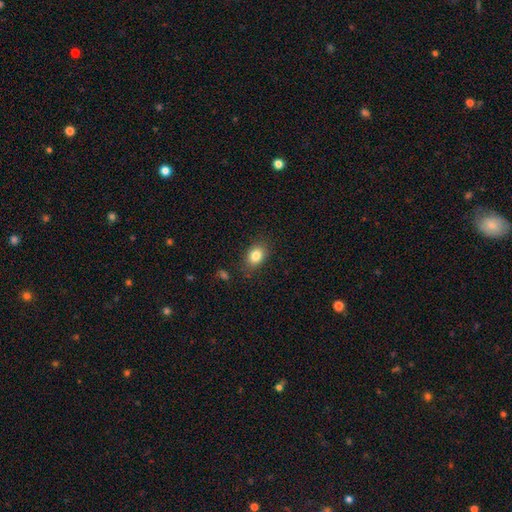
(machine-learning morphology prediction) Q: Smooth or featured?
A: smooth (83%); runner-up: star or artifact (9%)
Q: How rounded?
A: in between (68%); runner-up: round (30%)
Q: Merging?
A: none (83%); runner-up: minor disturbance (12%)